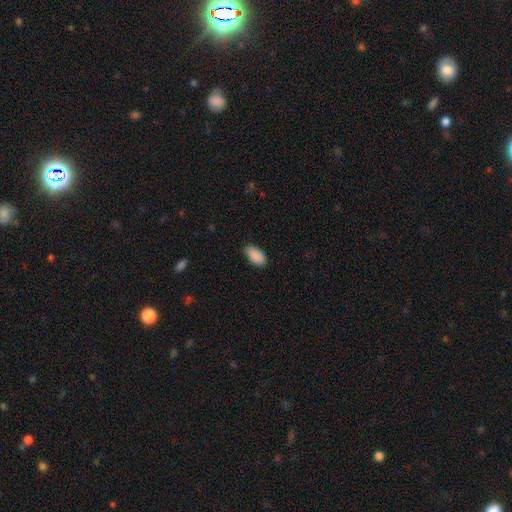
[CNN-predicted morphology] Smooth or featured? Predicted: smooth (p=0.90). How rounded? Predicted: in between (p=0.94). Merging? Predicted: none (p=0.78).